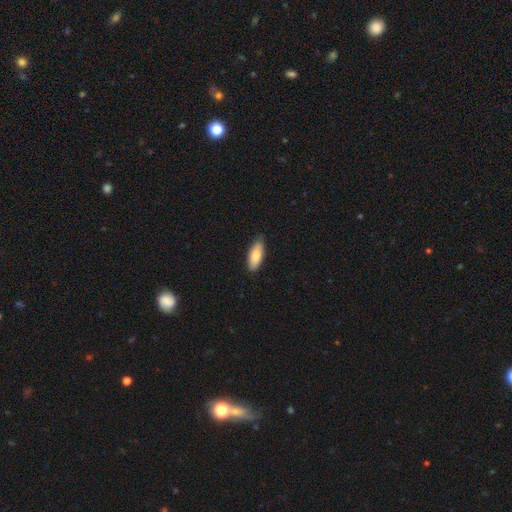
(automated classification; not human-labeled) Morphology: type=smooth (83%); roundness=in between (75%); merging=none (84%).